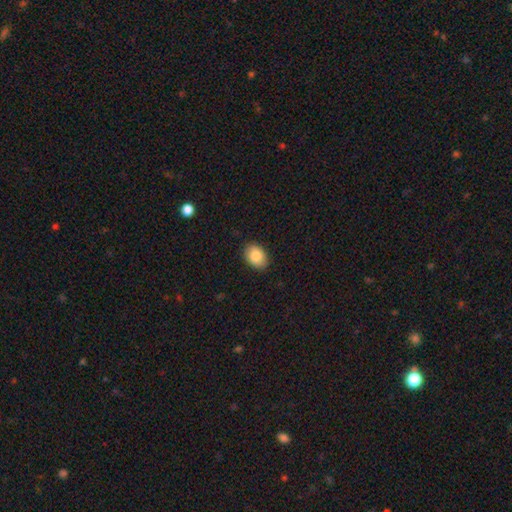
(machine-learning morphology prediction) Overall: smooth (87%). How rounded: in between (78%). Merging: none (88%).